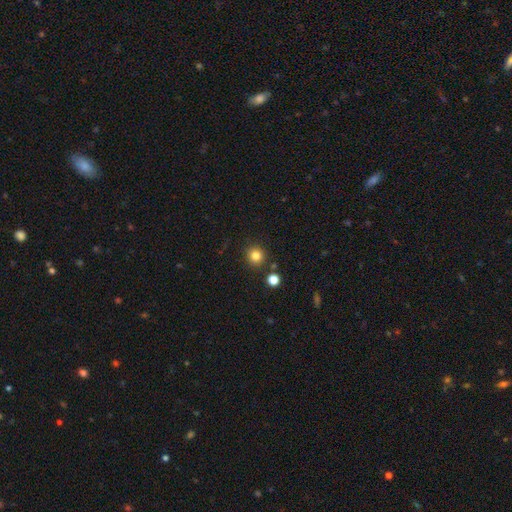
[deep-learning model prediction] smooth-or-featured: smooth: 81% | star or artifact: 13% | featured or disk: 5%
  how-rounded: round: 92% | in between: 7% | cigar-shaped: 1%
  merging: none: 87% | minor disturbance: 7% | merger: 4% | major disturbance: 2%